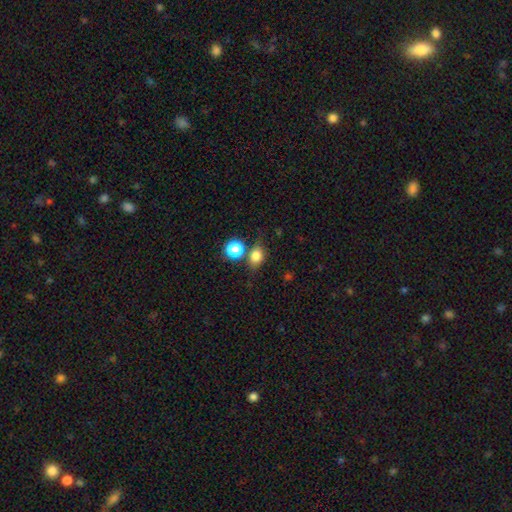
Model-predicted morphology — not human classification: A smooth galaxy with no disk features (79%) that is in between round and cigar-shaped (53%). Merging: none (69%).